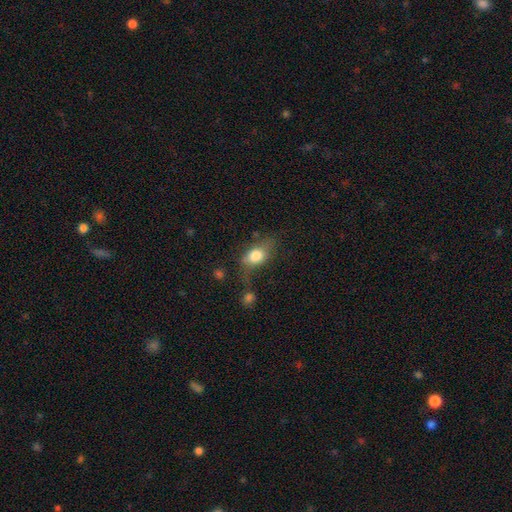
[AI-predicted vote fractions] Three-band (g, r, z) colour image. It shows a smooth galaxy with no disk features (76%) that is in between round and cigar-shaped (79%). Merging: none (47%).